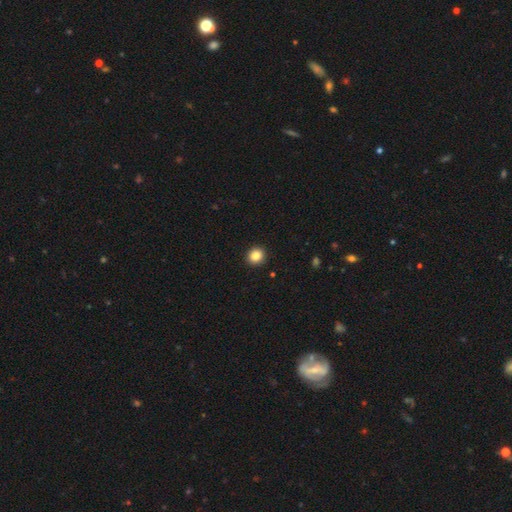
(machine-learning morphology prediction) type=smooth (86%); roundness=round (89%); merging=none (93%).